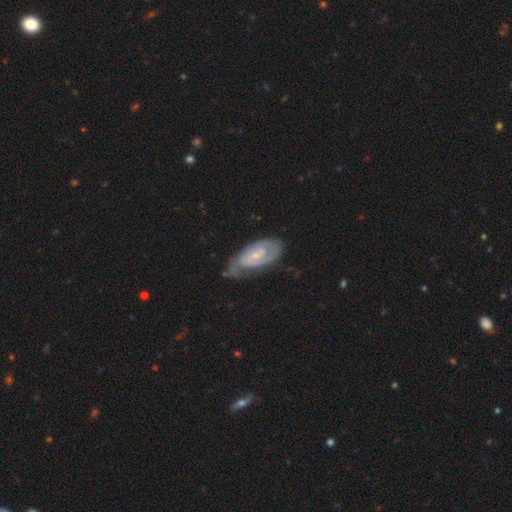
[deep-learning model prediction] Smooth or featured? featured or disk (78%)
Edge-on disk? no (95%)
Bar? no (54%)
Spiral arms? yes (91%)
Spiral winding? tight (58%)
Spiral arm count? 2 (61%)
Bulge size? small (73%)
Merging? none (53%)